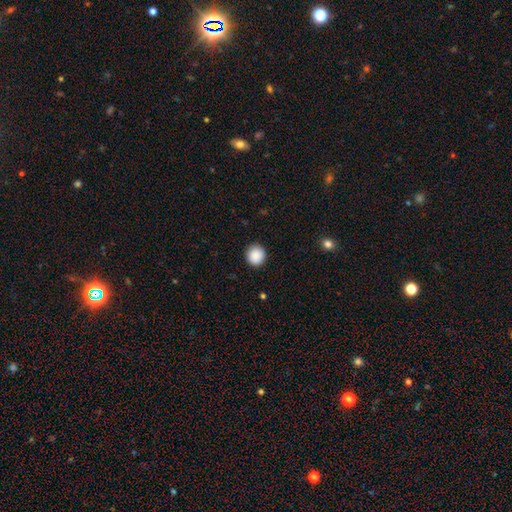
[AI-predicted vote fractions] Smooth or featured? smooth (89%)
How rounded? round (92%)
Merging? none (90%)